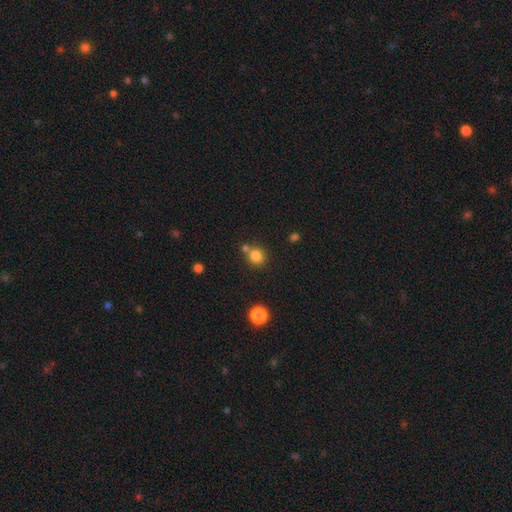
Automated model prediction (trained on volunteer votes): Smooth or featured?
  - smooth: 81% *
  - star or artifact: 13%
  - featured or disk: 6%
How rounded?
  - round: 90% *
  - in between: 9%
  - cigar-shaped: 1%
Merging?
  - none: 68% *
  - merger: 20%
  - minor disturbance: 9%
  - major disturbance: 3%